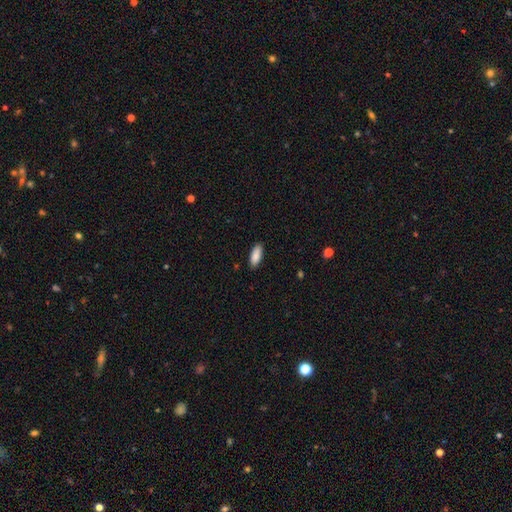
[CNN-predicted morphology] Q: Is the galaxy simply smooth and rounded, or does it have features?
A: smooth — 89%.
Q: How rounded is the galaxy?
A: in between — 81%.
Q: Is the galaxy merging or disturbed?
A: none — 88%.